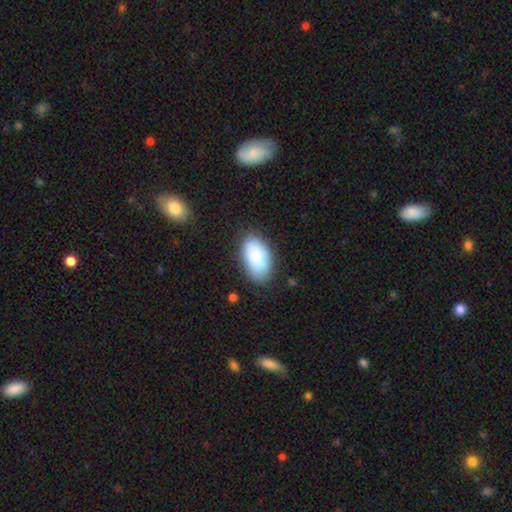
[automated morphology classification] Smooth or featured? smooth (82%)
How rounded? in between (94%)
Merging? none (77%)